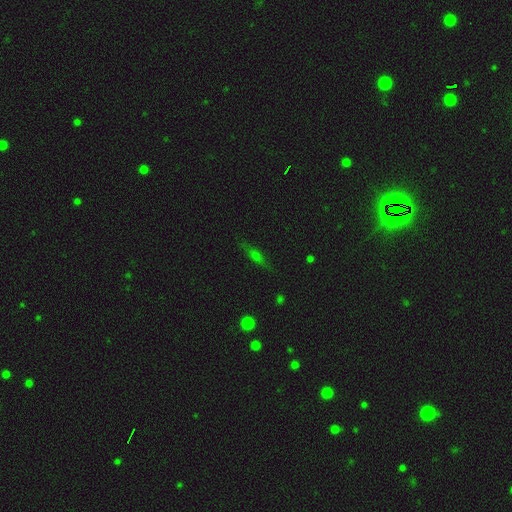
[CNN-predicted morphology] smooth 41%, featured or disk 40%, star or artifact 20%. Down the decision tree: merging — none (82%).